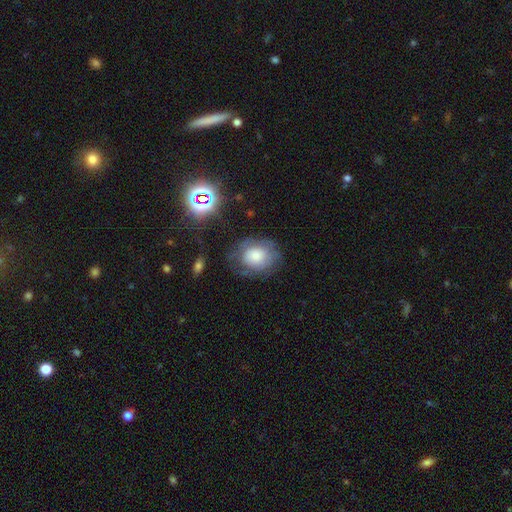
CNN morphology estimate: smooth-or-featured: smooth: 63% | featured or disk: 27% | star or artifact: 10%
  how-rounded: round: 51% | in between: 48% | cigar-shaped: 1%
  merging: none: 61% | minor disturbance: 23% | major disturbance: 14% | merger: 2%